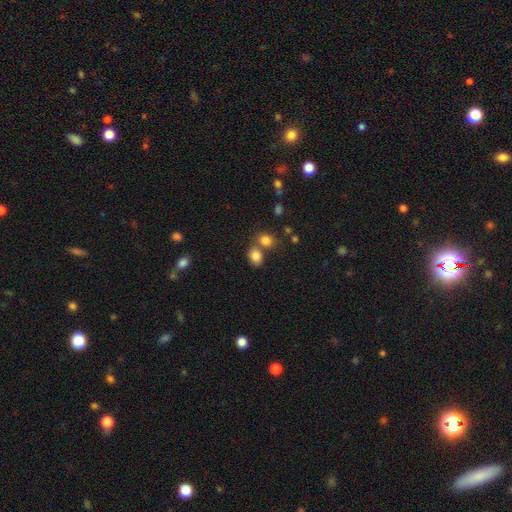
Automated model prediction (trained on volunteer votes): A smooth galaxy with no disk features (83%) that is in between round and cigar-shaped (56%). Merging: none (53%).